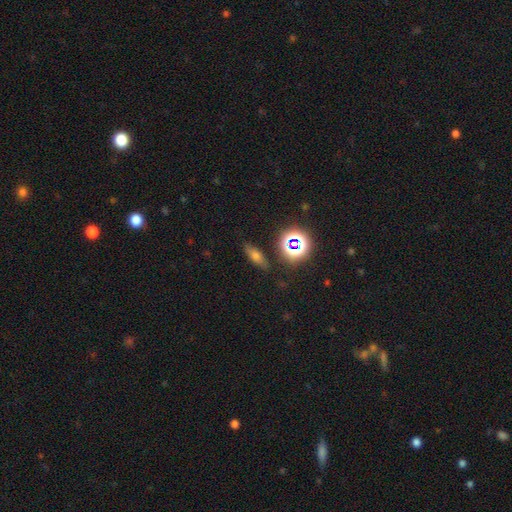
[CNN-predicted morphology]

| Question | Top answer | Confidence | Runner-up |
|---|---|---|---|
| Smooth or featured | smooth | 61% | star or artifact (22%) |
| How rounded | in between | 58% | cigar-shaped (31%) |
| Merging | none | 83% | minor disturbance (11%) |